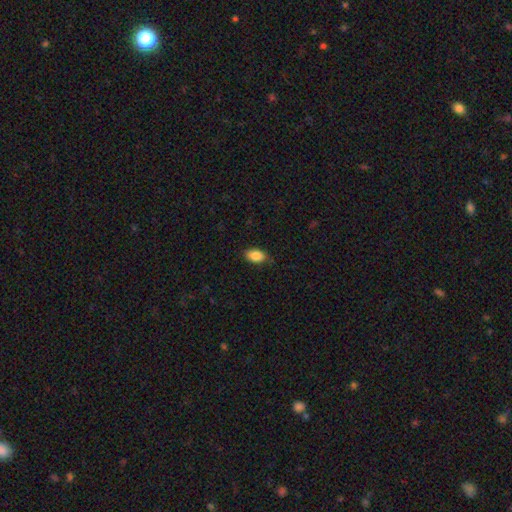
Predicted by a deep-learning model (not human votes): Smooth or featured?
  - smooth: 87% *
  - star or artifact: 8%
  - featured or disk: 6%
How rounded?
  - in between: 91% *
  - round: 7%
  - cigar-shaped: 2%
Merging?
  - none: 83% *
  - minor disturbance: 13%
  - major disturbance: 2%
  - merger: 1%